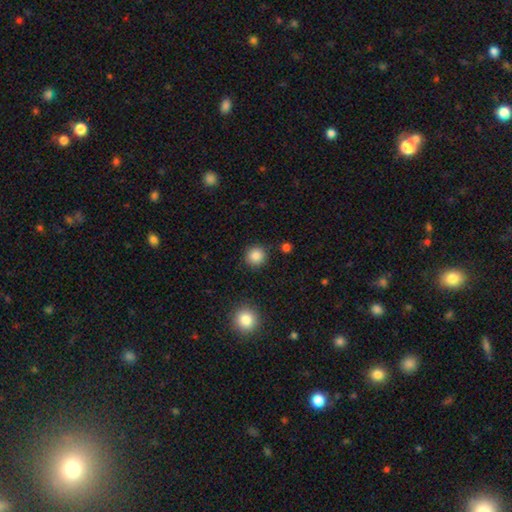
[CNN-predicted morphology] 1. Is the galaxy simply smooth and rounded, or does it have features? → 87% smooth, 10% star or artifact, 3% featured or disk.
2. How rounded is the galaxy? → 93% round, 6% in between, 1% cigar-shaped.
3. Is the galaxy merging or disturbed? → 89% none, 7% minor disturbance, 3% major disturbance, 2% merger.